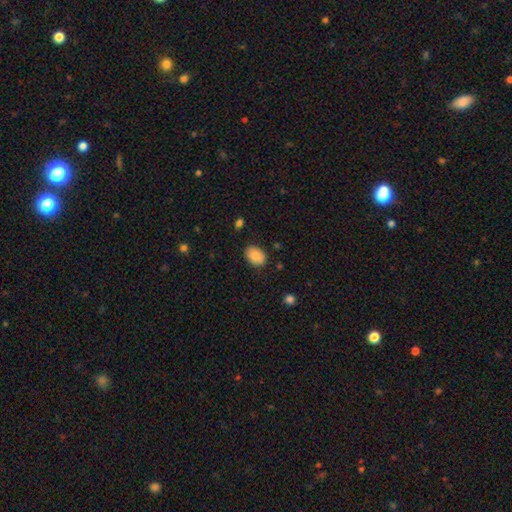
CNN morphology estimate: This is clearly a smooth galaxy (88%). How rounded: clearly in between (83%). Merging: clearly none (85%).